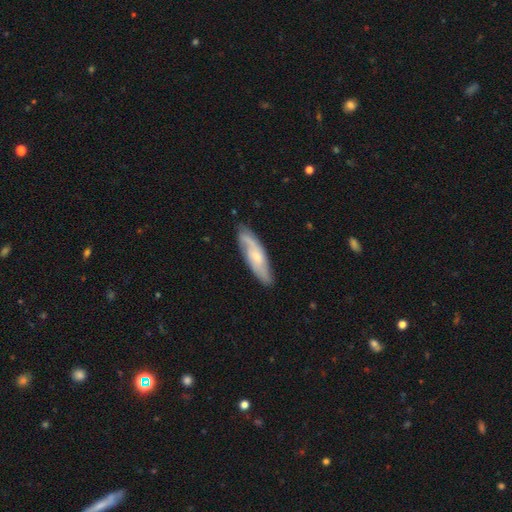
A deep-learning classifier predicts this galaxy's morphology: featured or disk 60%, smooth 34%, star or artifact 6%. Down the decision tree: edge-on disk — no (76%); merging — none (78%).